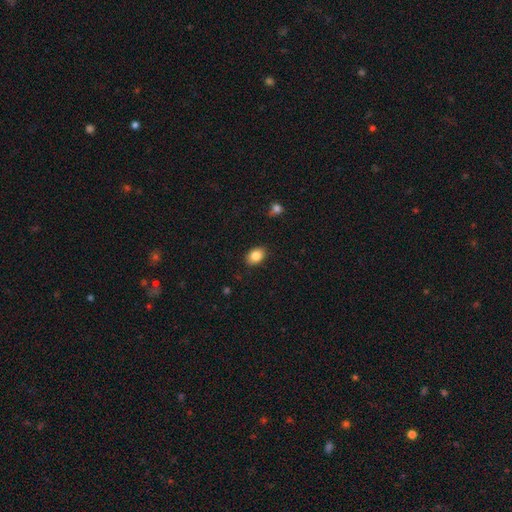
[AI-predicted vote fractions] Smooth or featured? Predicted: smooth (p=0.85). How rounded? Predicted: in between (p=0.79). Merging? Predicted: none (p=0.88).